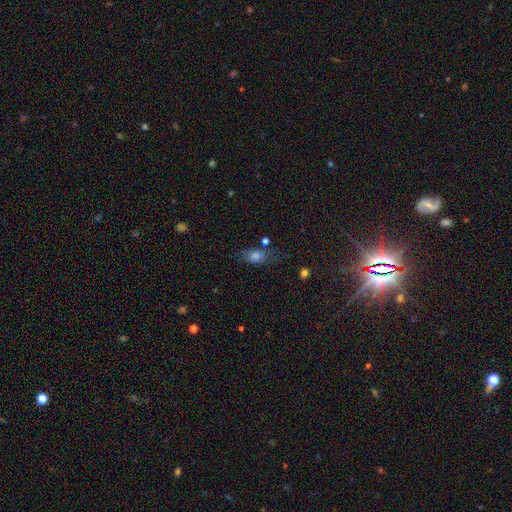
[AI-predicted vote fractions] Morphology: type=smooth (64%); roundness=in between (71%); merging=none (70%).